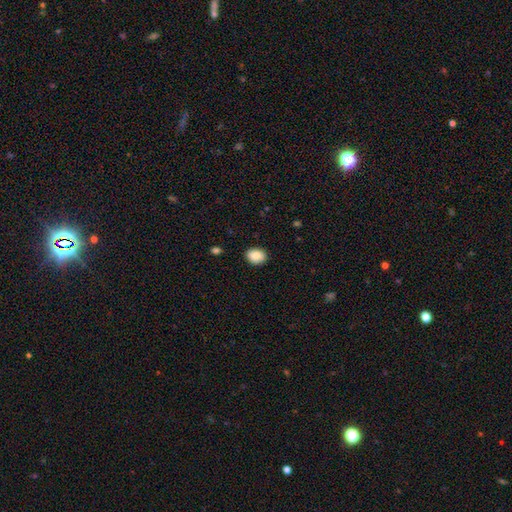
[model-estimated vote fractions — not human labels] Morphology: type=smooth (83%); roundness=in between (54%); merging=none (87%).